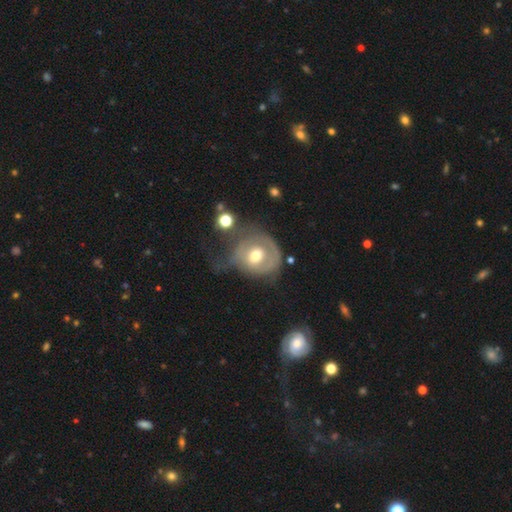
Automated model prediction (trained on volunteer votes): The model was most divided on "merging": major disturbance: 37%, none: 31%, minor disturbance: 25%, merger: 8%. More confident: edge-on disk — no (96%); smooth or featured — featured or disk (50%).